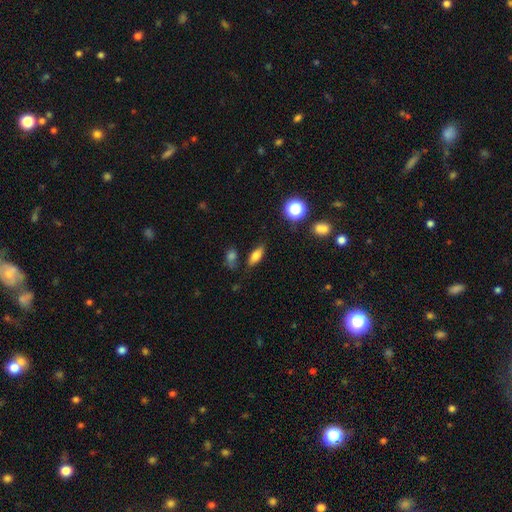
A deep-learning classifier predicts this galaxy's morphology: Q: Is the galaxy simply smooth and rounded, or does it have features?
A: smooth — 76%.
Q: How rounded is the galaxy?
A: in between — 78%.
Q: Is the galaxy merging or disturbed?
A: none — 76%.